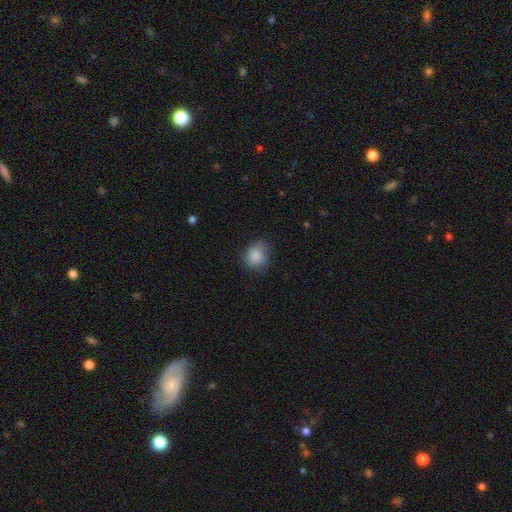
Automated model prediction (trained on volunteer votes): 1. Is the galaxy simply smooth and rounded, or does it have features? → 86% smooth, 8% star or artifact, 6% featured or disk.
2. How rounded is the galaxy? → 71% round, 28% in between, 1% cigar-shaped.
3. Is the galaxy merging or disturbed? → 70% none, 23% minor disturbance, 5% major disturbance, 1% merger.